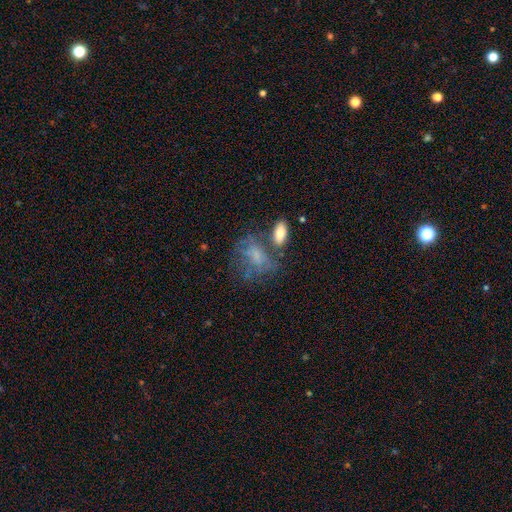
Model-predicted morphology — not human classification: smooth_or_featured: smooth (p=0.49) [alt: featured or disk p=0.38]
merging: none (p=0.41) [alt: minor disturbance p=0.21]